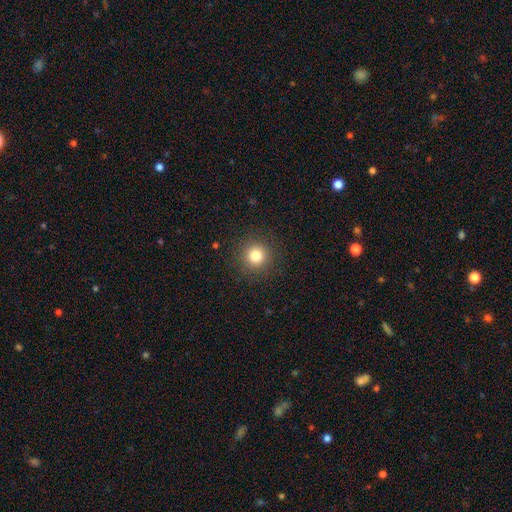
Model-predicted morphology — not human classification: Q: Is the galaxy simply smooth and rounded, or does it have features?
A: smooth — 81%.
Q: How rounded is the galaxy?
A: round — 95%.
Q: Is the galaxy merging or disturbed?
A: none — 91%.